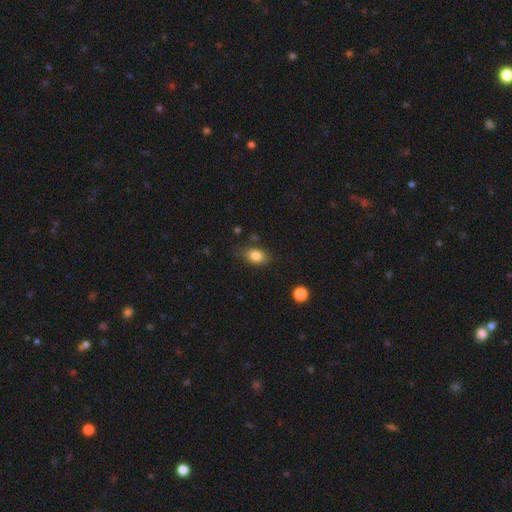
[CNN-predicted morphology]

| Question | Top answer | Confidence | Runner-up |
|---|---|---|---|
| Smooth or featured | smooth | 83% | star or artifact (9%) |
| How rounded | in between | 78% | round (20%) |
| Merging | none | 74% | minor disturbance (19%) |